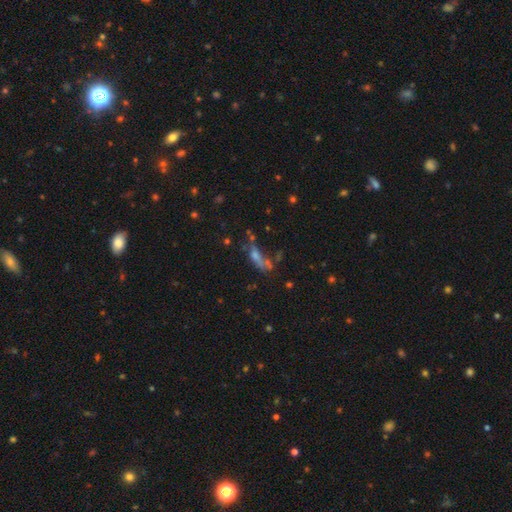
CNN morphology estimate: smooth-or-featured: smooth: 41% | featured or disk: 34% | star or artifact: 25%
  merging: none: 31% | major disturbance: 27% | merger: 27% | minor disturbance: 16%